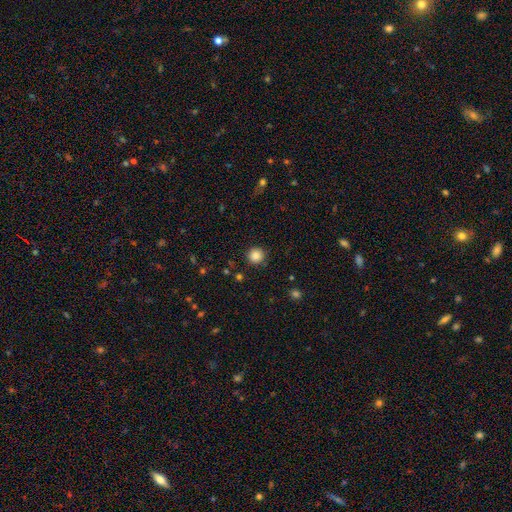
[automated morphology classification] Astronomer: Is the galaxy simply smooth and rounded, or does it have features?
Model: smooth — 85%.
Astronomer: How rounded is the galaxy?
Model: round — 94%.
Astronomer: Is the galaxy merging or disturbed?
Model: none — 91%.